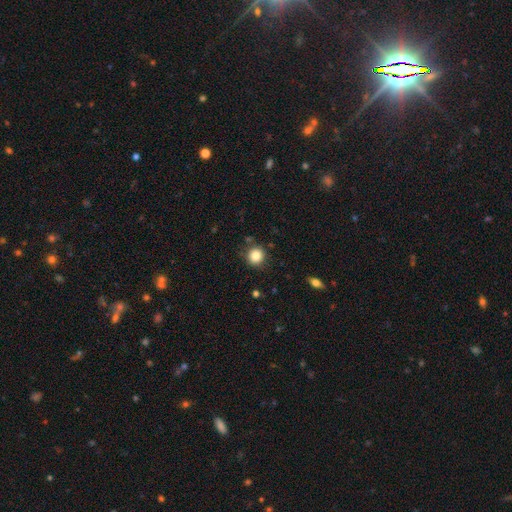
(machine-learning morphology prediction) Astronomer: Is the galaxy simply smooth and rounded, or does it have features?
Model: smooth — 85%.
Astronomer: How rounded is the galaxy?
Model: round — 92%.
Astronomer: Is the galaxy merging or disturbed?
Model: none — 86%.